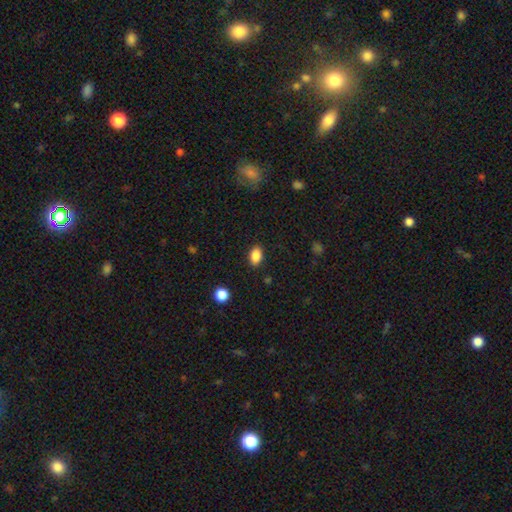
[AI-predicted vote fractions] Smooth or featured: smooth — 87% (star or artifact — 9%)
How rounded: in between — 87% (round — 11%)
Merging: none — 88% (minor disturbance — 9%)